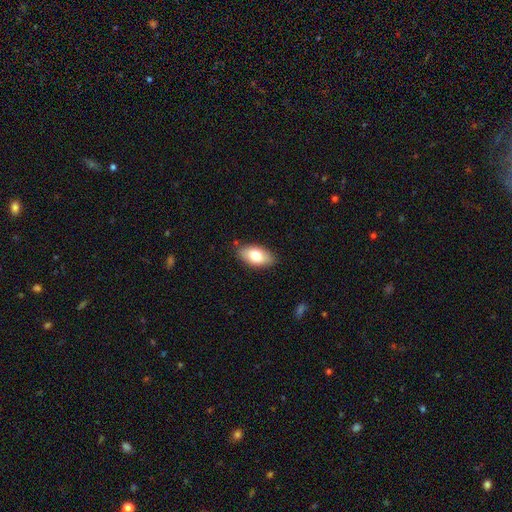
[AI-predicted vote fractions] A smooth galaxy with no disk features (77%) that is in between round and cigar-shaped (93%). Merging: none (85%).